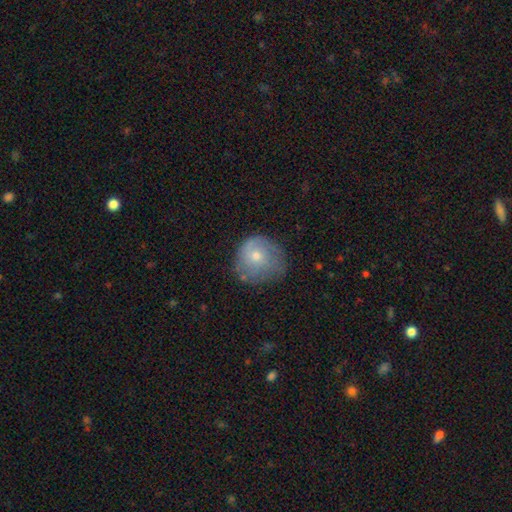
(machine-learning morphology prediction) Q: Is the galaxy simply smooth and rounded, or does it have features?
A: smooth — 57%.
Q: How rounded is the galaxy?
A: round — 85%.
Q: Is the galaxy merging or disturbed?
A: none — 58%.